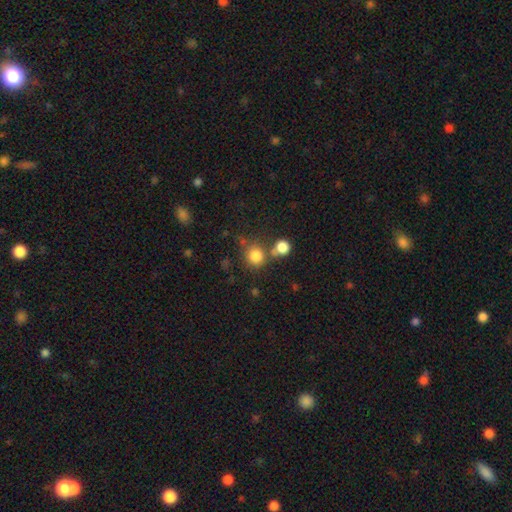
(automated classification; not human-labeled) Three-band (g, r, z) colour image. It shows a smooth galaxy with no disk features (81%) that is round (89%). Merging: none (62%).